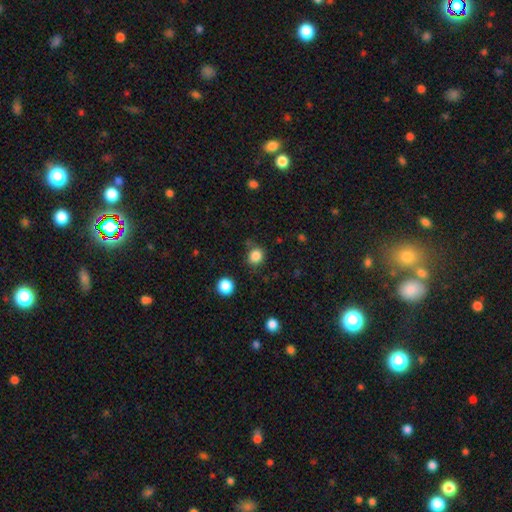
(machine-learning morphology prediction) Smooth or featured? Predicted: smooth (p=0.84). How rounded? Predicted: round (p=0.81). Merging? Predicted: none (p=0.77).